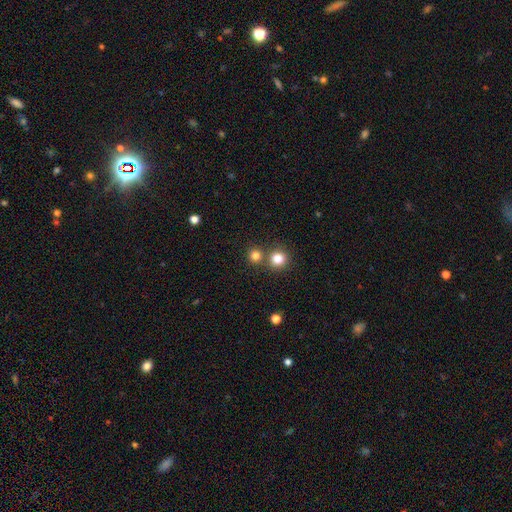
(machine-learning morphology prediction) This appears to be a smooth galaxy with no disk features (80%) that is round (91%). Merging: none (70%).